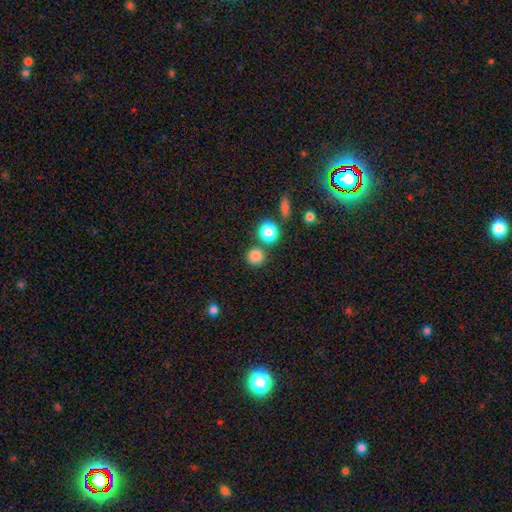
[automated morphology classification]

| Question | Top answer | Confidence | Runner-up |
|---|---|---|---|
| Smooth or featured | smooth | 83% | star or artifact (13%) |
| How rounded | round | 92% | in between (7%) |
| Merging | none | 76% | merger (14%) |